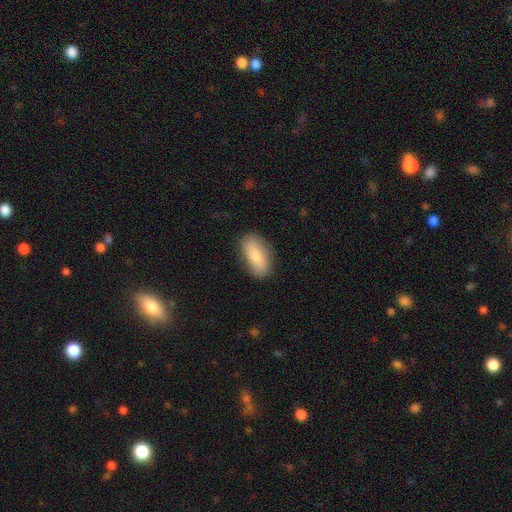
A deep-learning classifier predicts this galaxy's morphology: Smooth or featured? smooth (75%)
How rounded? in between (88%)
Merging? none (84%)